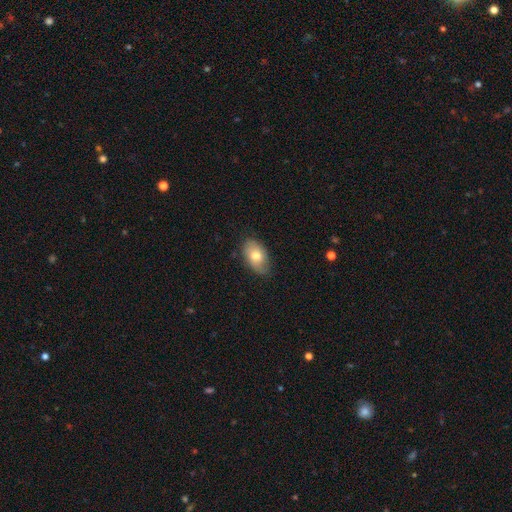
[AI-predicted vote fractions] Q: Smooth or featured?
A: smooth (74%); runner-up: featured or disk (19%)
Q: How rounded?
A: in between (90%); runner-up: round (8%)
Q: Merging?
A: none (79%); runner-up: minor disturbance (17%)